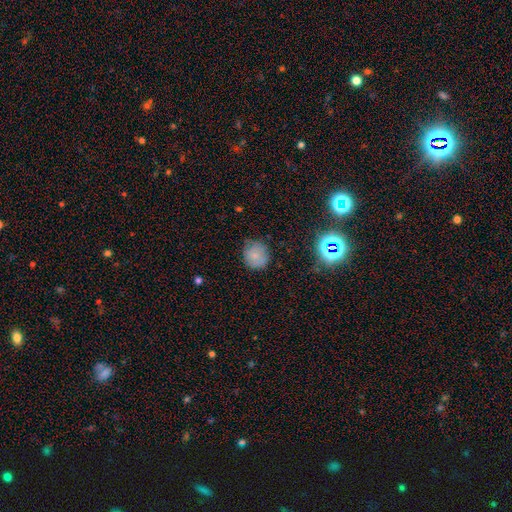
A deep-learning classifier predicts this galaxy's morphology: type=smooth (77%); roundness=round (87%); merging=none (76%).